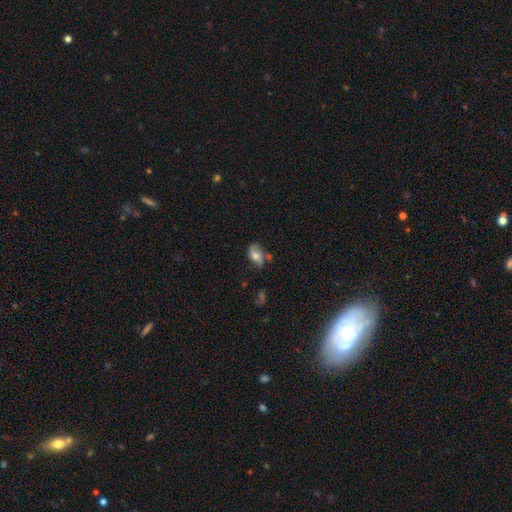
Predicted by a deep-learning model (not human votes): Q: Smooth or featured?
A: smooth (61%); runner-up: featured or disk (30%)
Q: How rounded?
A: in between (88%); runner-up: round (10%)
Q: Merging?
A: none (51%); runner-up: minor disturbance (29%)